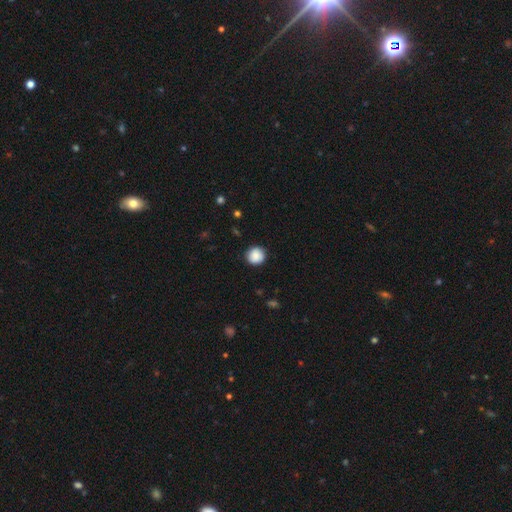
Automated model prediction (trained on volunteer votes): Q: Smooth or featured?
A: smooth (86%); runner-up: star or artifact (8%)
Q: How rounded?
A: round (93%); runner-up: in between (6%)
Q: Merging?
A: none (87%); runner-up: minor disturbance (9%)